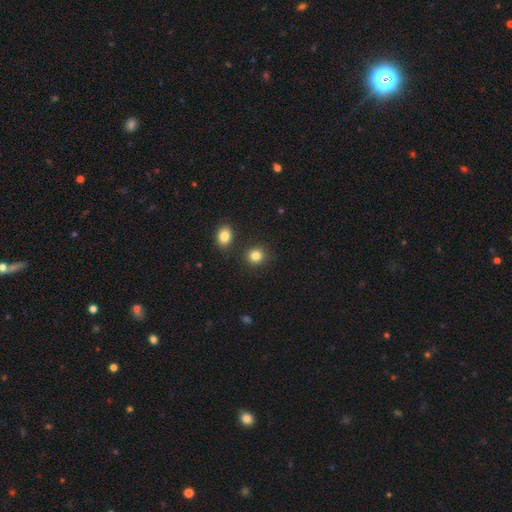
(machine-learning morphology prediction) A smooth galaxy with no disk features (85%) that is round (81%). Merging: none (86%).